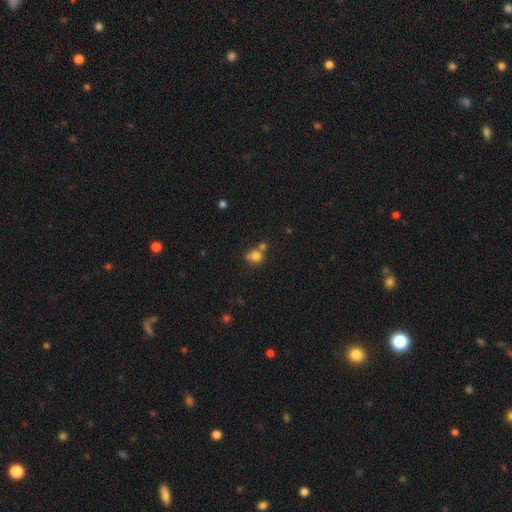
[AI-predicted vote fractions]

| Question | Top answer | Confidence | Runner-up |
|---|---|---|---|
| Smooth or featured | smooth | 78% | star or artifact (12%) |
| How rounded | round | 73% | in between (26%) |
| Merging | none | 46% | merger (36%) |